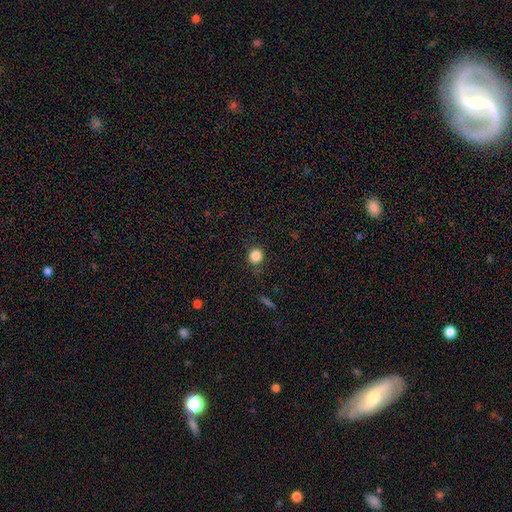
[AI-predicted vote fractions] This is clearly a smooth galaxy (84%). How rounded: clearly round (92%). Merging: clearly none (85%).